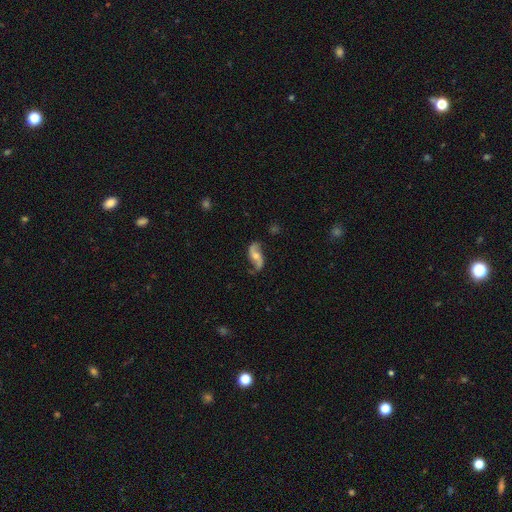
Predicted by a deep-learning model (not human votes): This is clearly a featured or disk galaxy (83%). It is clearly not viewed edge-on (95%). Bar: possibly no (54%). Spiral arm pattern: clearly yes (95%). Spiral arm count: clearly 2 (93%). Spiral winding: likely loose (78%). Central bulge: likely moderate (61%). Merging: likely none (76%).